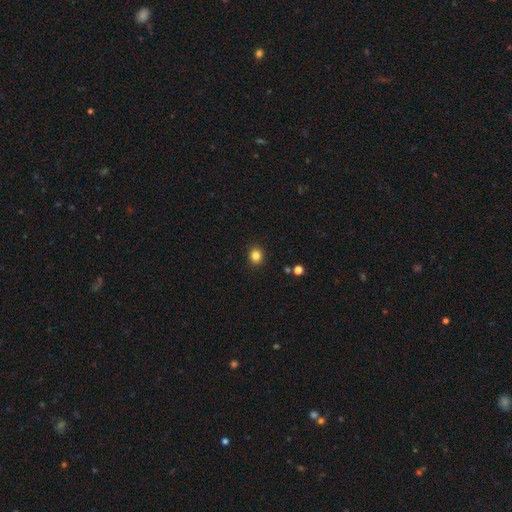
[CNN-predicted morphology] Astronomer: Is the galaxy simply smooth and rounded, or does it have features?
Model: smooth — 84%.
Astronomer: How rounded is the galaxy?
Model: round — 78%.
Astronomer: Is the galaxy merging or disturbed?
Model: none — 91%.